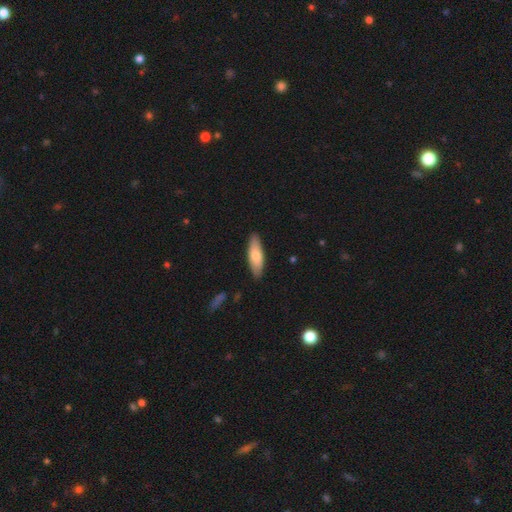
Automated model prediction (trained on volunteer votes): A smooth galaxy with no disk features (71%) that is in between round and cigar-shaped (50%).

Vote fractions:
- Smooth or featured? smooth: 71% / featured or disk: 24% / star or artifact: 5%
- How rounded? in between: 50% / cigar-shaped: 48% / round: 2%
- Merging? none: 88% / minor disturbance: 9% / major disturbance: 2% / merger: 1%